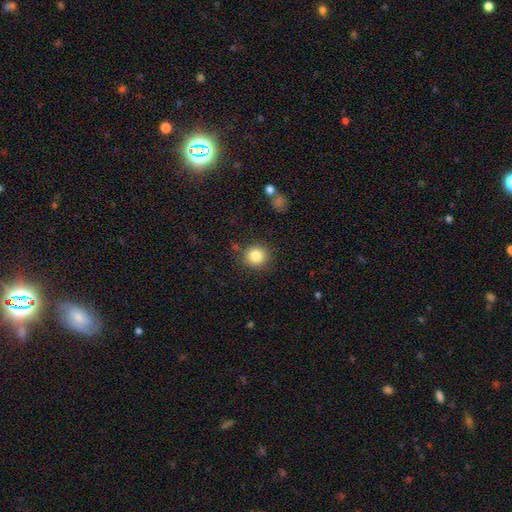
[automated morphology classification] The model was most divided on "smooth or featured": smooth: 84%, star or artifact: 10%, featured or disk: 6%. More confident: how rounded — round (91%); merging — none (85%).